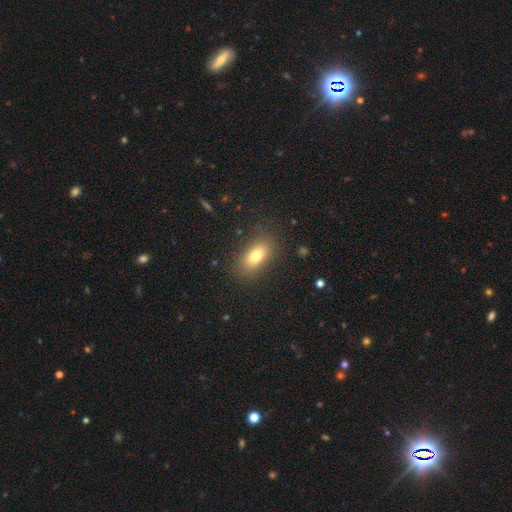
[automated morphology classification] smooth-or-featured: smooth: 77% | featured or disk: 13% | star or artifact: 10%
  how-rounded: in between: 85% | round: 8% | cigar-shaped: 7%
  merging: none: 85% | minor disturbance: 10% | major disturbance: 4% | merger: 1%